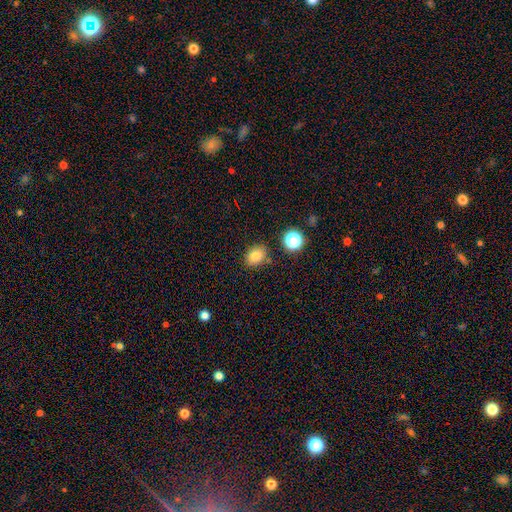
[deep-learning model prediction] smooth-or-featured: smooth: 79% | star or artifact: 13% | featured or disk: 8%
  how-rounded: in between: 61% | round: 38% | cigar-shaped: 1%
  merging: none: 82% | minor disturbance: 11% | merger: 5% | major disturbance: 3%